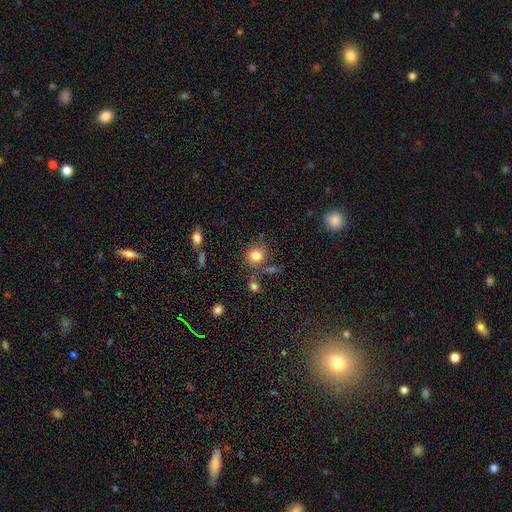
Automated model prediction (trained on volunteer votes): A smooth galaxy with no disk features (83%) that is round (73%). Merging: none (68%).